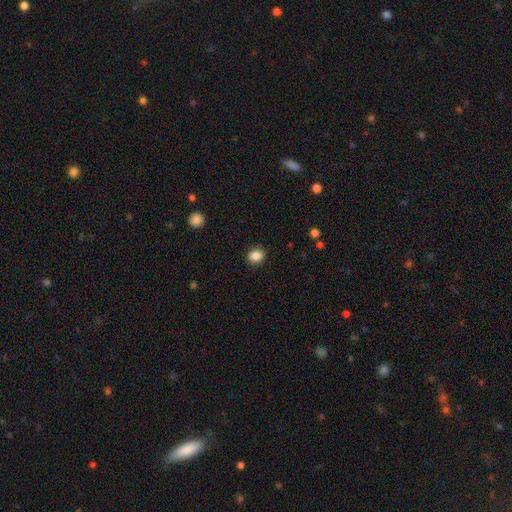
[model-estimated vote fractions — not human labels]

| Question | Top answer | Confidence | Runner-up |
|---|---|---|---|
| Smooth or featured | smooth | 87% | star or artifact (10%) |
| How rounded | round | 58% | in between (41%) |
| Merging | none | 88% | minor disturbance (8%) |